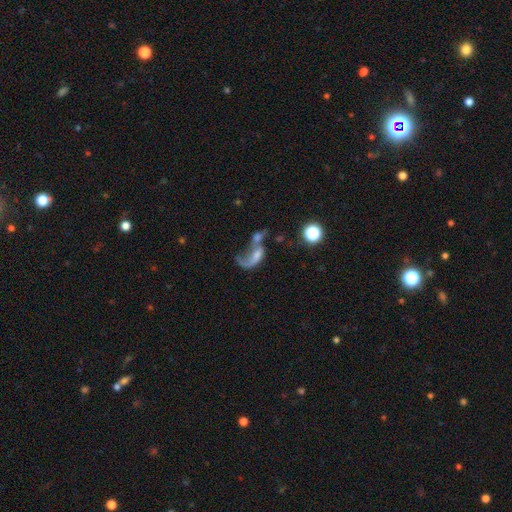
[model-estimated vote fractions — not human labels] A featured or disk galaxy (53%). Merging: merger (54%).